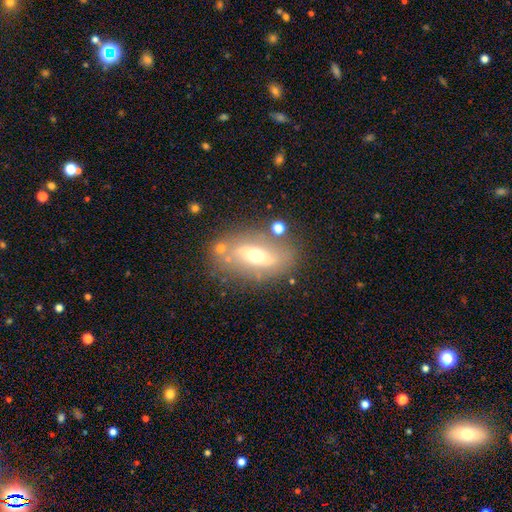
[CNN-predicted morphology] A featured or disk galaxy (54%).

Vote fractions:
- Smooth or featured? featured or disk: 54% / smooth: 37% / star or artifact: 9%
- Edge-on disk? no: 76% / yes: 24%
- Merging? none: 72% / minor disturbance: 15% / major disturbance: 7% / merger: 6%